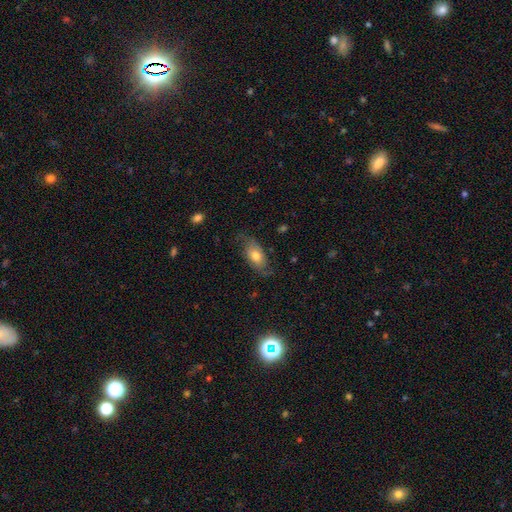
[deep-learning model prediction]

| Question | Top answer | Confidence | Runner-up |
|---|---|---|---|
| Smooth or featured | smooth | 52% | featured or disk (40%) |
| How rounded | in between | 88% | round (7%) |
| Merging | none | 65% | minor disturbance (23%) |